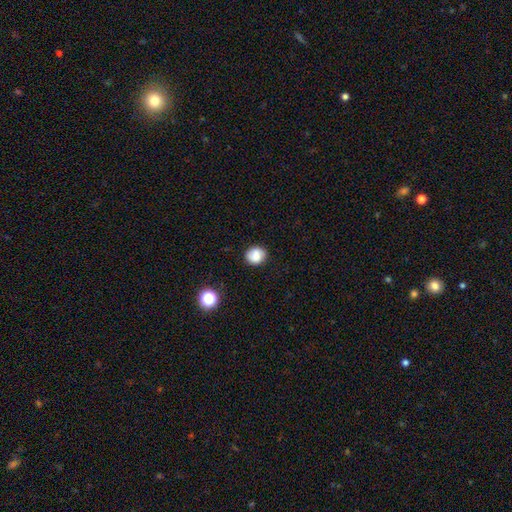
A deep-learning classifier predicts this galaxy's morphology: This appears to be a smooth galaxy with no disk features (78%) that is round (76%). Merging: none (83%).